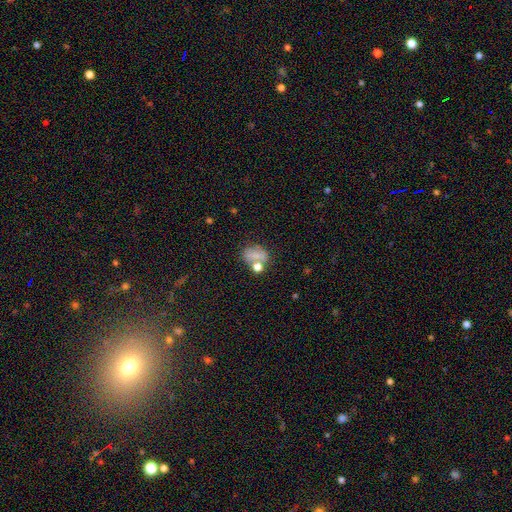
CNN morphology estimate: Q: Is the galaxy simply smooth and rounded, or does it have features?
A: smooth — 67%.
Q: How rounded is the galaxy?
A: in between — 61%.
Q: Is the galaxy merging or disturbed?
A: none — 45%.